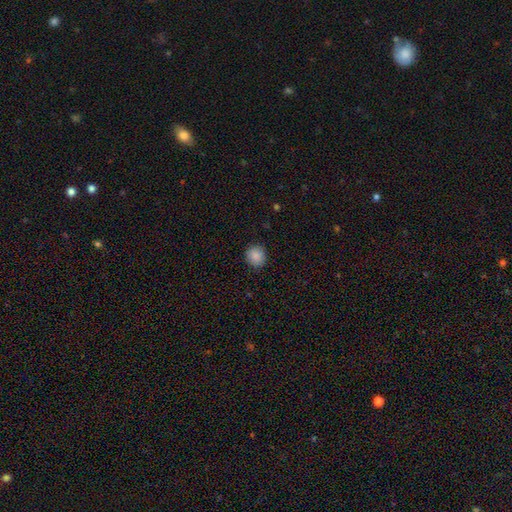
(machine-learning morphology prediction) smooth 86%, star or artifact 9%, featured or disk 5%. Down the decision tree: how rounded — round (86%); merging — none (89%).